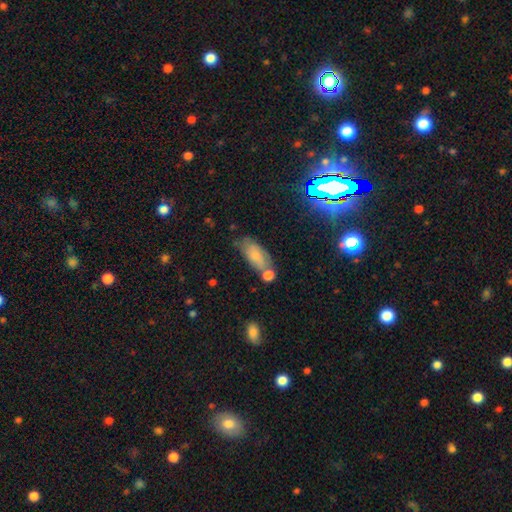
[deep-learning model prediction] smooth 67%, featured or disk 22%, star or artifact 11%. Down the decision tree: how rounded — in between (84%); merging — none (50%).